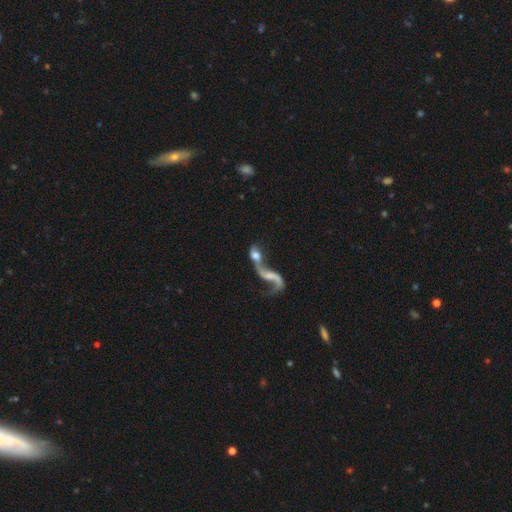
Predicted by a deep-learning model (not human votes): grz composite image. It shows a featured or disk galaxy (59%) with no bar (61%), spiral arms (66%) and no central bulge (29%). Merging: merger (67%).